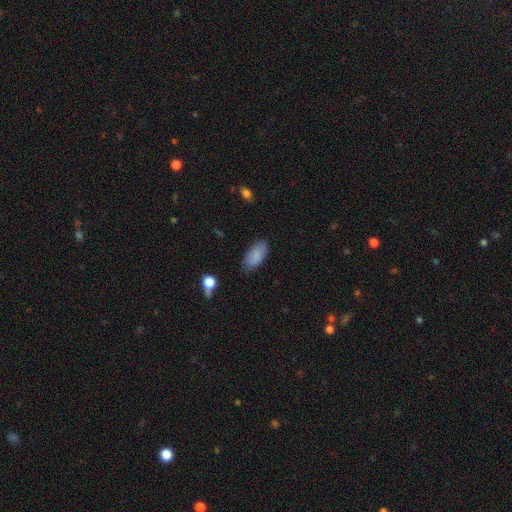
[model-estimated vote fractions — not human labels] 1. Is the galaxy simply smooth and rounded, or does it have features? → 85% smooth, 8% featured or disk, 7% star or artifact.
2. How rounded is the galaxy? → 92% in between, 5% cigar-shaped, 2% round.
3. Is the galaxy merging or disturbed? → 80% none, 15% minor disturbance, 3% major disturbance, 2% merger.